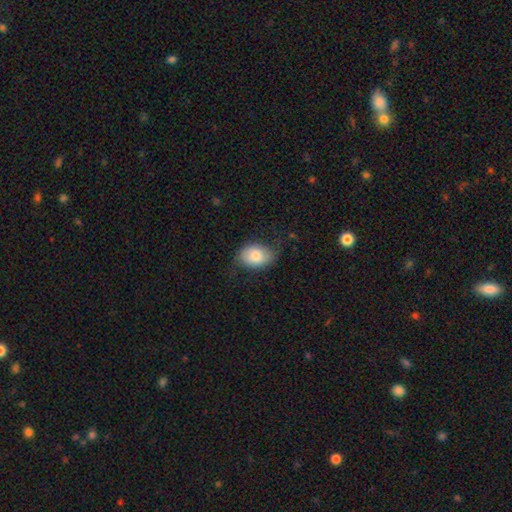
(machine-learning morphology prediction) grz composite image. It shows a smooth galaxy with no disk features (74%) that is in between round and cigar-shaped (80%). Merging: none (67%).